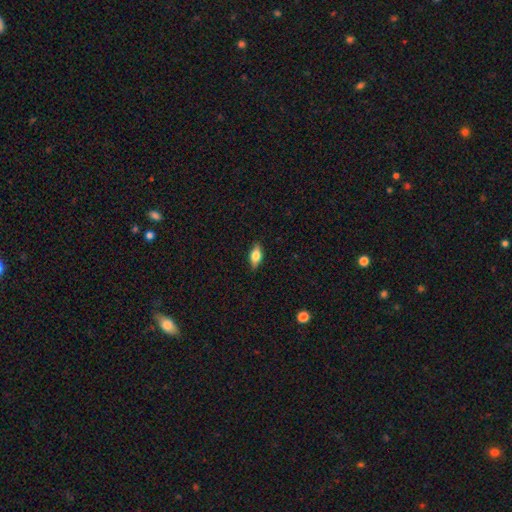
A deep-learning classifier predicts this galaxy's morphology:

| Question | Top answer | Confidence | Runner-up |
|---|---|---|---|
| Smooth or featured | smooth | 64% | featured or disk (28%) |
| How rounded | in between | 81% | cigar-shaped (15%) |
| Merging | none | 86% | minor disturbance (11%) |